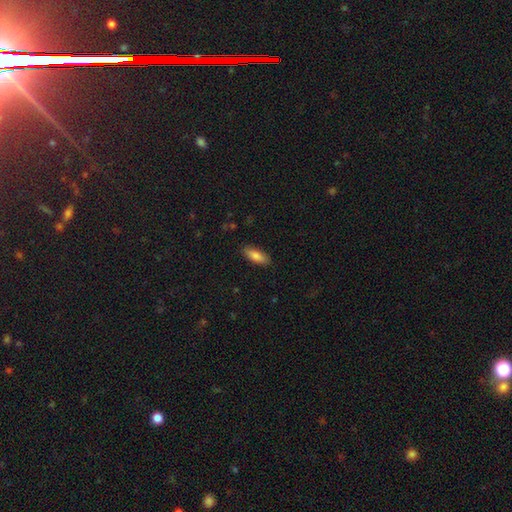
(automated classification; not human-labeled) Smooth or featured? smooth (84%)
How rounded? in between (72%)
Merging? none (87%)